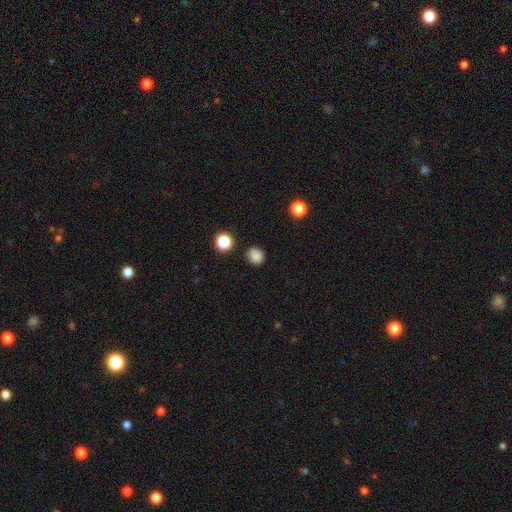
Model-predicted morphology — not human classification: Q: Smooth or featured?
A: smooth (84%); runner-up: star or artifact (13%)
Q: How rounded?
A: round (77%); runner-up: in between (22%)
Q: Merging?
A: none (85%); runner-up: minor disturbance (10%)